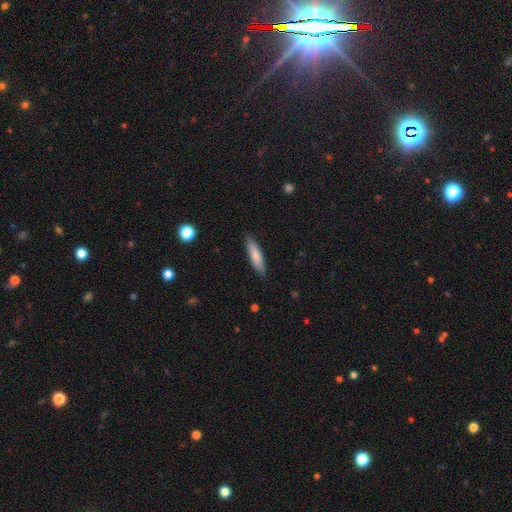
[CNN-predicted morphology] smooth-or-featured: smooth: 79% | featured or disk: 16% | star or artifact: 6%
  how-rounded: cigar-shaped: 74% | in between: 25% | round: 1%
  merging: none: 87% | minor disturbance: 10% | major disturbance: 2% | merger: 1%